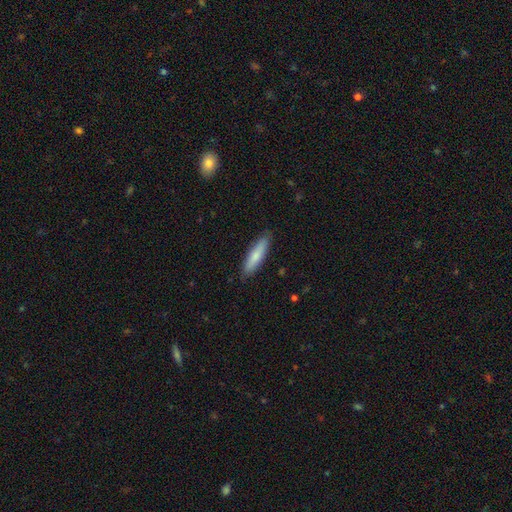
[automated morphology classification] This appears to be a smooth galaxy with no disk features (77%) that is cigar-shaped (74%). Merging: none (87%).